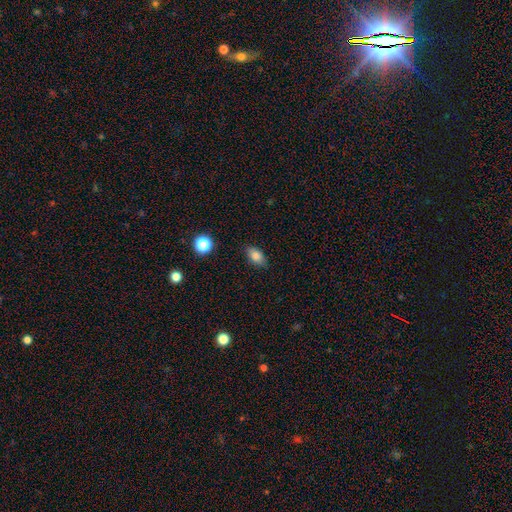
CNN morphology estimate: Smooth or featured? Predicted: smooth (p=0.82). How rounded? Predicted: in between (p=0.85). Merging? Predicted: none (p=0.83).